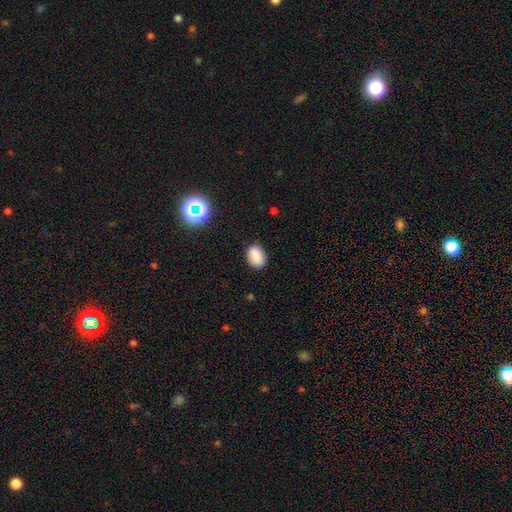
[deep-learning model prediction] Smooth or featured?
  - smooth: 86% *
  - star or artifact: 10%
  - featured or disk: 4%
How rounded?
  - in between: 80% *
  - round: 19%
  - cigar-shaped: 1%
Merging?
  - none: 86% *
  - minor disturbance: 11%
  - major disturbance: 2%
  - merger: 1%